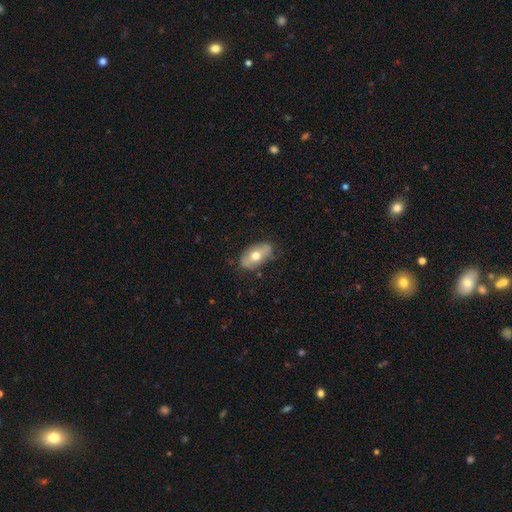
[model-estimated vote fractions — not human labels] Smooth or featured? Predicted: smooth (p=0.57). How rounded? Predicted: in between (p=0.90). Merging? Predicted: none (p=0.77).